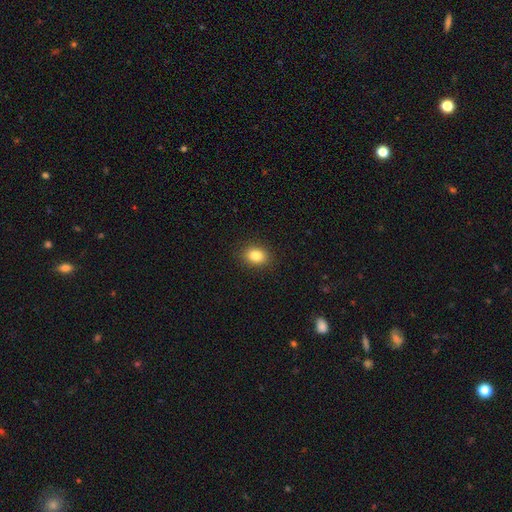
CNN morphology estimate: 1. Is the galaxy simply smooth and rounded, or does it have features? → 84% smooth, 10% star or artifact, 6% featured or disk.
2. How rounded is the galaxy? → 64% in between, 35% round, 1% cigar-shaped.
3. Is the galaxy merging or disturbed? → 89% none, 8% minor disturbance, 2% major disturbance, 1% merger.